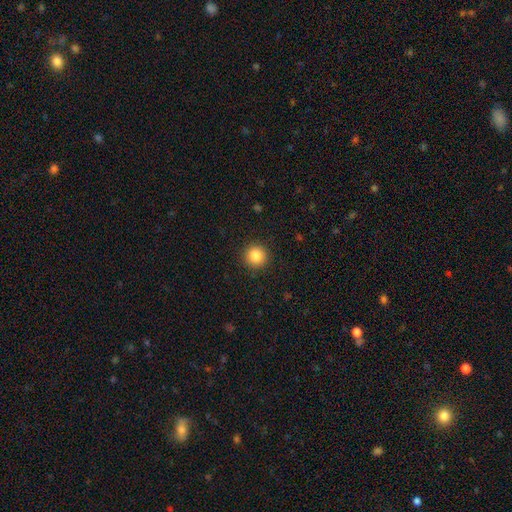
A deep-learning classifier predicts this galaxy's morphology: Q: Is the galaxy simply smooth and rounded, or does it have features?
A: smooth — 85%.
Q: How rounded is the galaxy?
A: round — 95%.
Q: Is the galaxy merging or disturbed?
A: none — 92%.